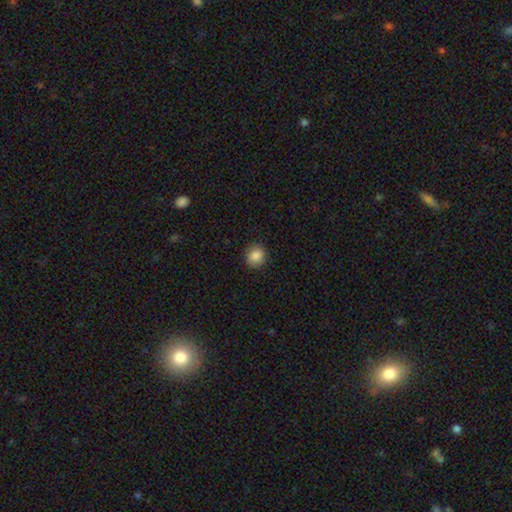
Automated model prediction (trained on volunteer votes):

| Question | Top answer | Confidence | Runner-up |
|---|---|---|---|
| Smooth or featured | smooth | 87% | star or artifact (9%) |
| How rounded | round | 83% | in between (16%) |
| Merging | none | 90% | minor disturbance (7%) |